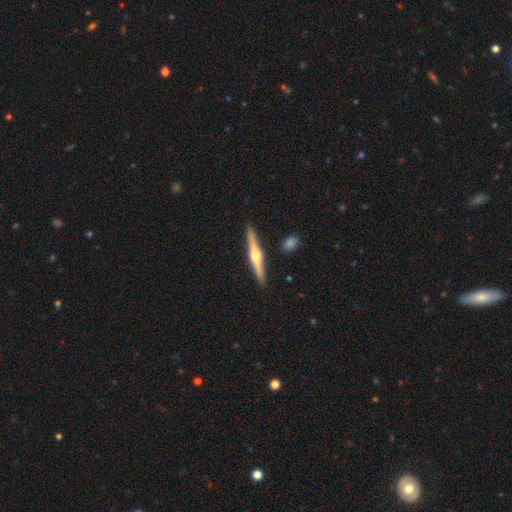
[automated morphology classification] Smooth or featured?
  - featured or disk: 74% *
  - smooth: 21%
  - star or artifact: 5%
Edge-on disk?
  - yes: 98% *
  - no: 2%
Edge-on bulge?
  - rounded: 94% *
  - boxy: 3%
  - none: 3%
Merging?
  - none: 90% *
  - minor disturbance: 6%
  - merger: 2%
  - major disturbance: 2%